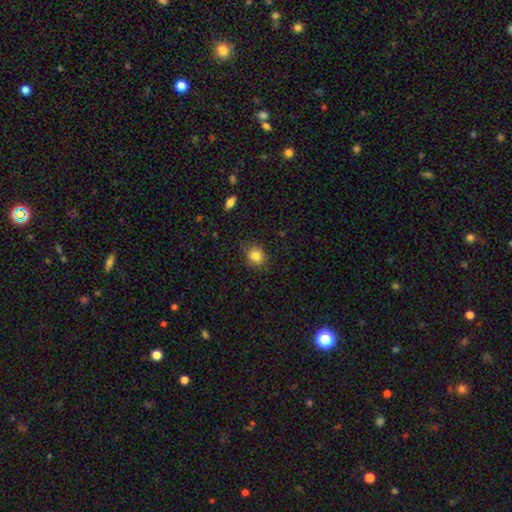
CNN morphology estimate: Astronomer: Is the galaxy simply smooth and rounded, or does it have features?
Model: smooth — 82%.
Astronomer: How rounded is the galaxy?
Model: round — 76%.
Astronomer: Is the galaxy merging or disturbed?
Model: none — 81%.